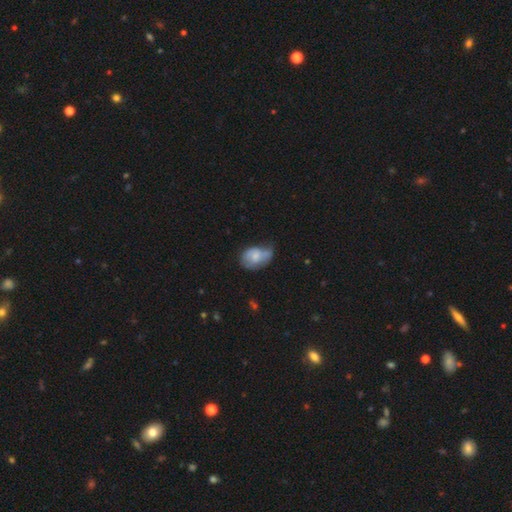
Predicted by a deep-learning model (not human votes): Morphology: type=smooth (55%); roundness=in between (77%); merging=minor disturbance (42%).